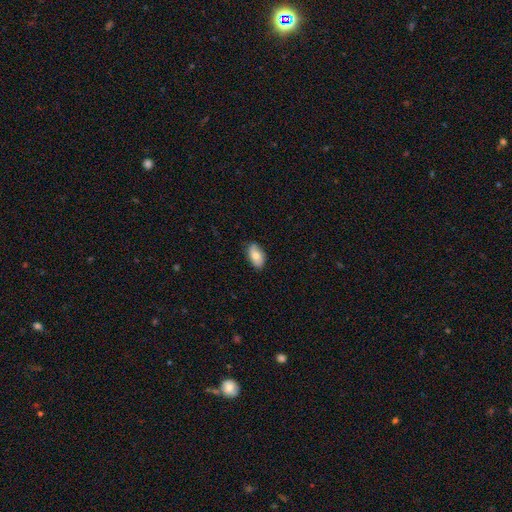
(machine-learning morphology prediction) type=smooth (71%); roundness=in between (93%); merging=none (83%).